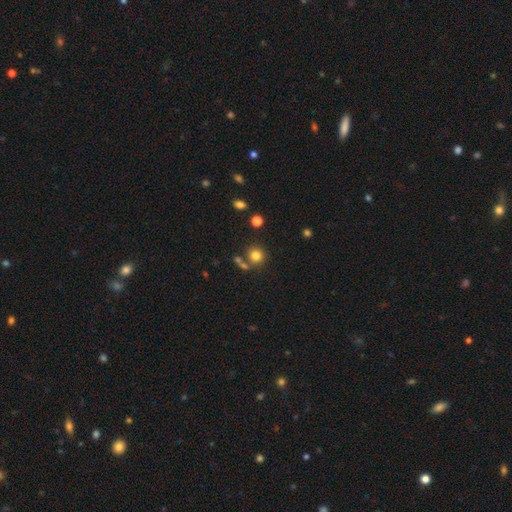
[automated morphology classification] This is likely a smooth galaxy (78%). How rounded: clearly round (88%). Merging: likely none (68%).